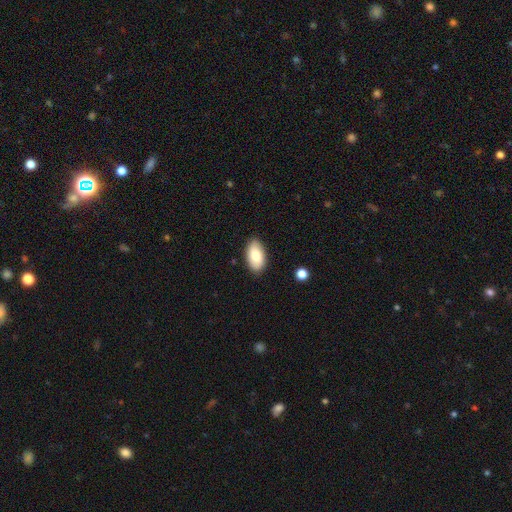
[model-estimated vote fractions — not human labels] The model was most divided on "smooth or featured": smooth: 82%, featured or disk: 12%, star or artifact: 6%. More confident: how rounded — in between (95%); merging — none (87%).